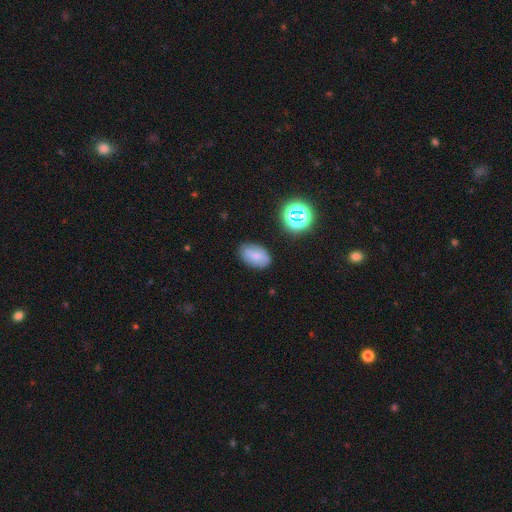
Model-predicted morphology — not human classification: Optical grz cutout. It shows a smooth galaxy with no disk features (70%) that is in between round and cigar-shaped (88%). Merging: none (76%).